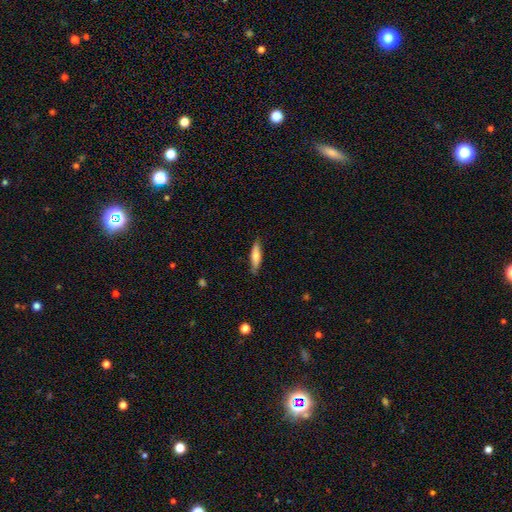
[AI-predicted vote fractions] Q: Smooth or featured?
A: smooth (63%); runner-up: featured or disk (31%)
Q: How rounded?
A: cigar-shaped (74%); runner-up: in between (24%)
Q: Merging?
A: none (84%); runner-up: minor disturbance (13%)